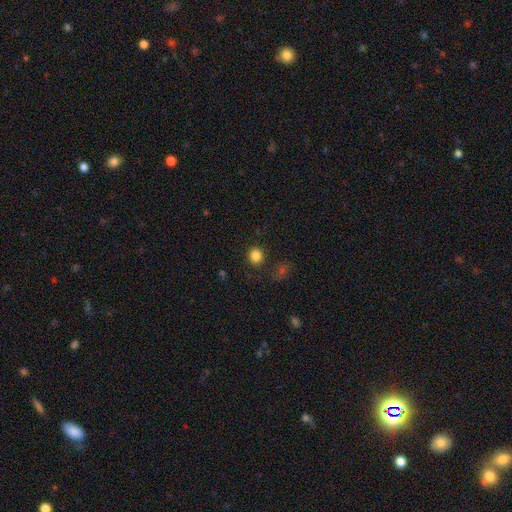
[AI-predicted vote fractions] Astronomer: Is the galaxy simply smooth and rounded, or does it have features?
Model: smooth — 84%.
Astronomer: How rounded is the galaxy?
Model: round — 86%.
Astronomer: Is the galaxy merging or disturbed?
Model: none — 86%.